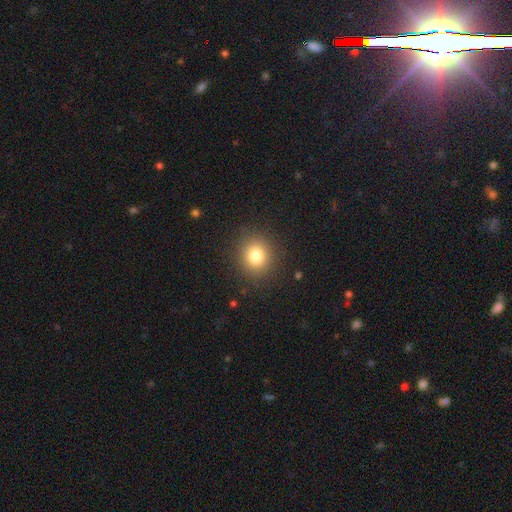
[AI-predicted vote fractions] Morphology: type=smooth (80%); roundness=round (84%); merging=none (89%).